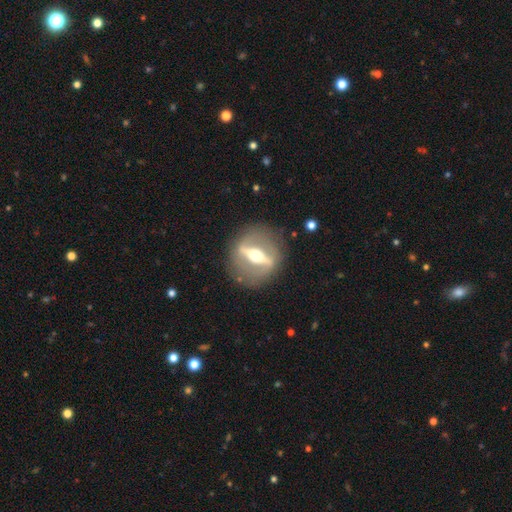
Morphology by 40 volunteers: This appears to be a featured or disk galaxy (90%) with a strong bar (100%), 2 (73%) loose (55%) spiral arms (50%, tied with no) and a moderate central bulge (55%). Merging: none (90%).